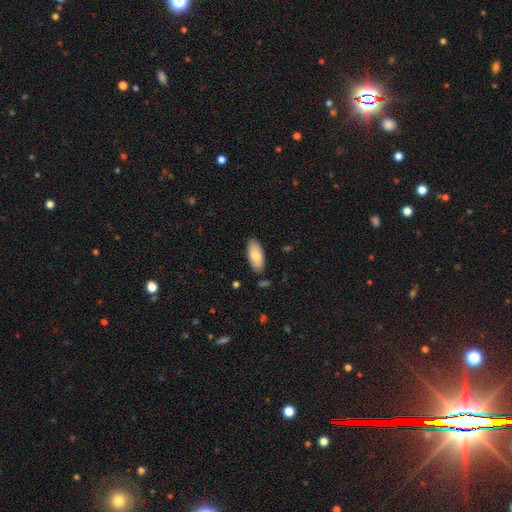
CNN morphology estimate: Smooth or featured: smooth — 83% (featured or disk — 12%)
How rounded: in between — 87% (cigar-shaped — 11%)
Merging: none — 84% (minor disturbance — 12%)